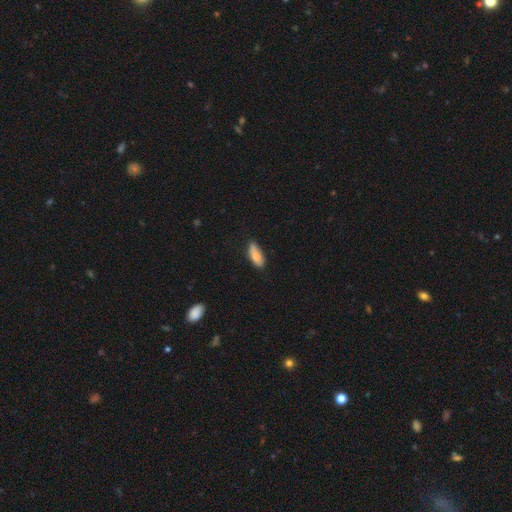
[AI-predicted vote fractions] Overall: smooth (77%). How rounded: in between (77%). Merging: none (70%).